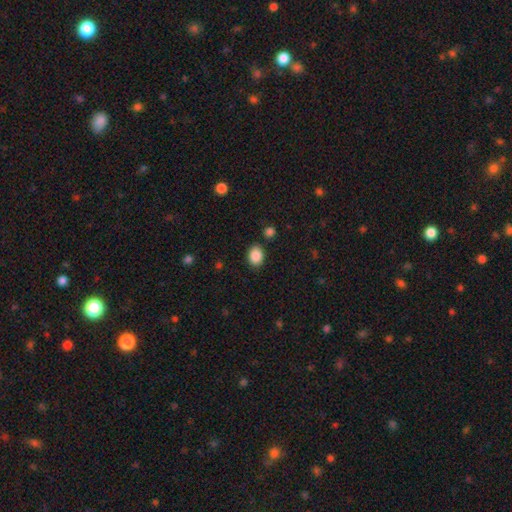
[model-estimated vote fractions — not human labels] The model was most divided on "how rounded": in between: 60%, round: 39%, cigar-shaped: 1%. More confident: smooth or featured — smooth (88%); merging — none (85%).